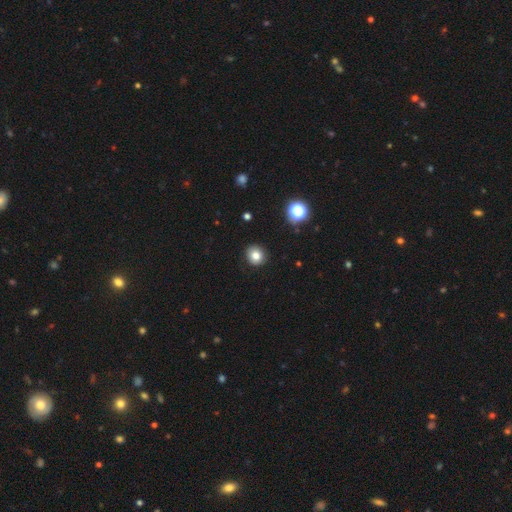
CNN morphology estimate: Q: Smooth or featured?
A: smooth (81%); runner-up: star or artifact (12%)
Q: How rounded?
A: round (84%); runner-up: in between (15%)
Q: Merging?
A: none (91%); runner-up: minor disturbance (7%)